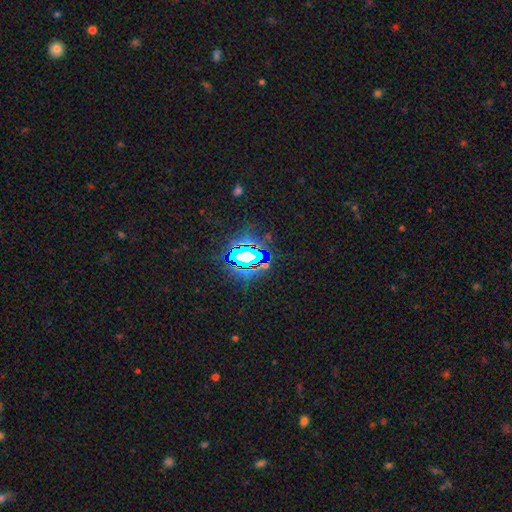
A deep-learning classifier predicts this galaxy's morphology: A star or artifact, not a galaxy (78%).